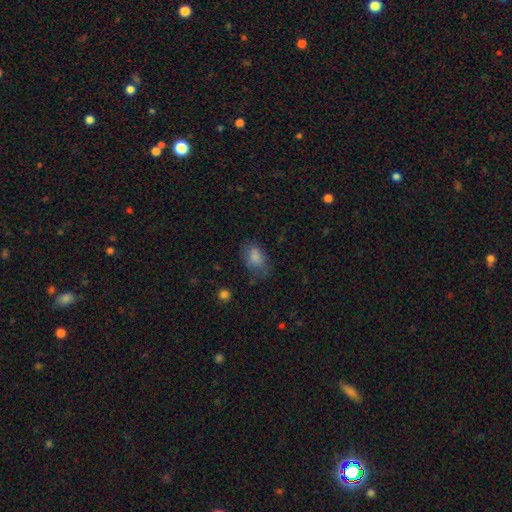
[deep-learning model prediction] Smooth or featured? smooth (79%)
How rounded? in between (85%)
Merging? none (66%)